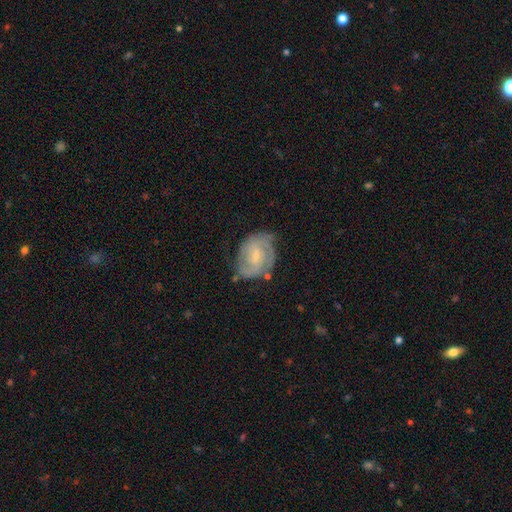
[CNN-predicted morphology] This appears to be a featured or disk galaxy (77%) with a weak bar (53%), 2 (58%) tight (50%) spiral arms (92%) and a small central bulge (63%). Merging: none (66%).